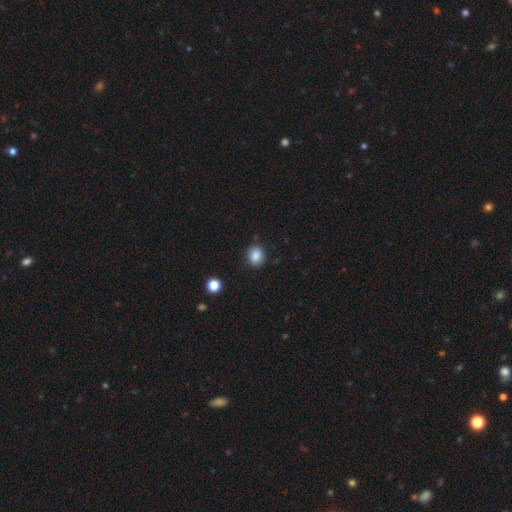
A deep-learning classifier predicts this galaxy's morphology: Smooth or featured?
  - smooth: 86% *
  - star or artifact: 9%
  - featured or disk: 4%
How rounded?
  - round: 61% *
  - in between: 38%
  - cigar-shaped: 1%
Merging?
  - none: 86% *
  - minor disturbance: 10%
  - major disturbance: 3%
  - merger: 2%